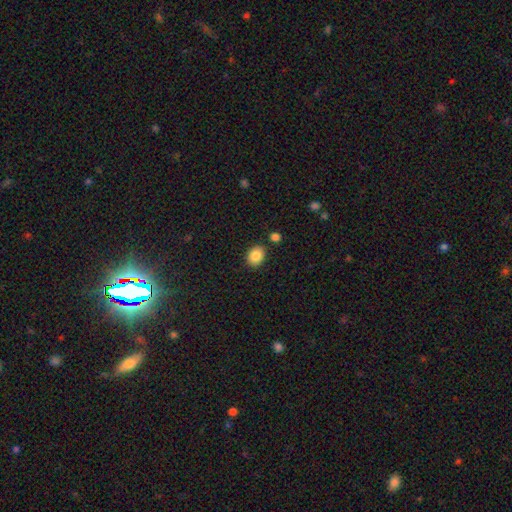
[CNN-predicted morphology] The model was most divided on "how rounded": in between: 63%, round: 36%, cigar-shaped: 1%. More confident: smooth or featured — smooth (86%); merging — none (83%).